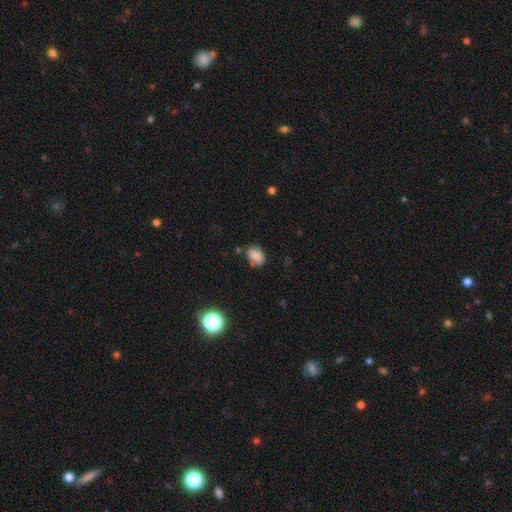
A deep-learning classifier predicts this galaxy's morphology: Q: Smooth or featured?
A: smooth (82%); runner-up: star or artifact (10%)
Q: How rounded?
A: in between (78%); runner-up: round (21%)
Q: Merging?
A: none (66%); runner-up: minor disturbance (23%)